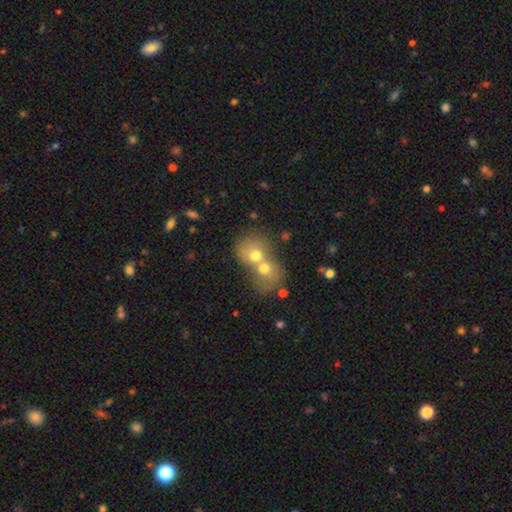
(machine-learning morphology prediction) This appears to be a smooth galaxy with no disk features (64%) that is round (66%). Merging: merger (77%).